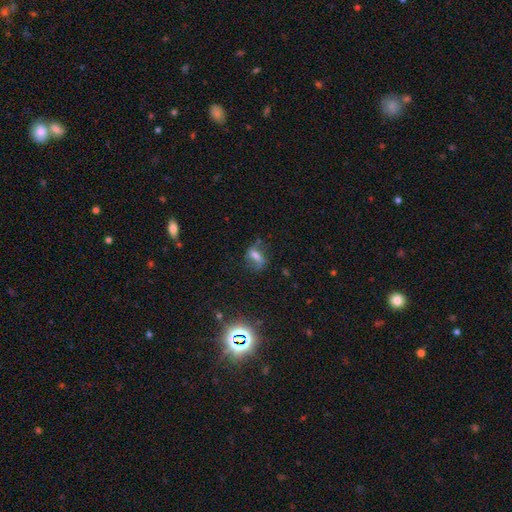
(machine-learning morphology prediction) smooth-or-featured: smooth: 45% | featured or disk: 40% | star or artifact: 15%
  merging: none: 55% | minor disturbance: 24% | major disturbance: 17% | merger: 4%